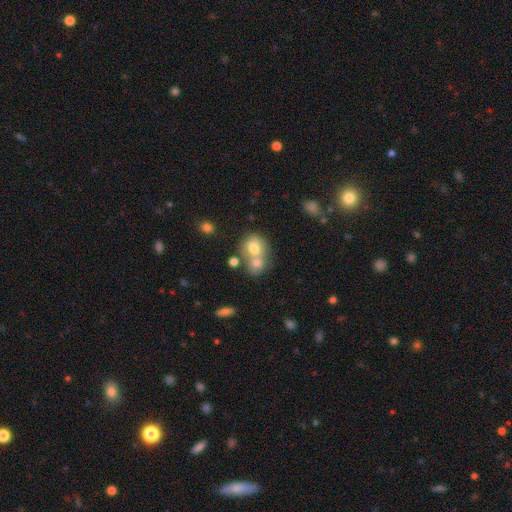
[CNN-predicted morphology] Smooth or featured? Predicted: smooth (p=0.63). How rounded? Predicted: round (p=0.62). Merging? Predicted: merger (p=0.59).